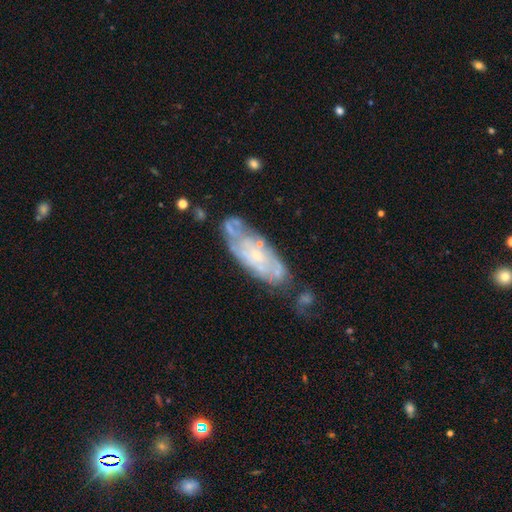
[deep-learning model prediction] Smooth or featured? Predicted: featured or disk (p=0.71). Edge-on disk? Predicted: no (p=0.87). Bar? Predicted: no (p=0.78). Spiral arms? Predicted: yes (p=0.67). Bulge size? Predicted: small (p=0.75). Merging? Predicted: none (p=0.59).